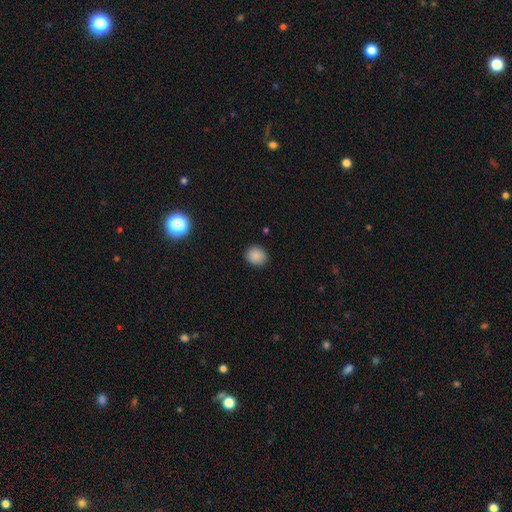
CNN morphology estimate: This is clearly a smooth galaxy (87%). How rounded: likely round (75%). Merging: clearly none (89%).